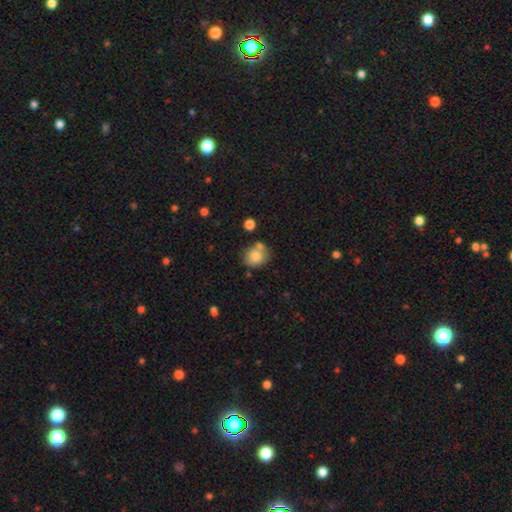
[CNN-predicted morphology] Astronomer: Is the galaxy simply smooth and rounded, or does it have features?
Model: smooth — 79%.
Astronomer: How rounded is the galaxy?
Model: round — 63%.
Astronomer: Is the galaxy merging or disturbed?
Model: none — 60%.